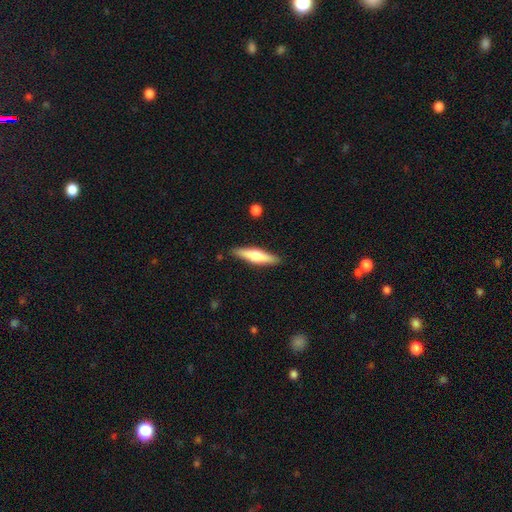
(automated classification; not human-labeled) A smooth galaxy with no disk features (56%) that is cigar-shaped (77%). Merging: none (88%).